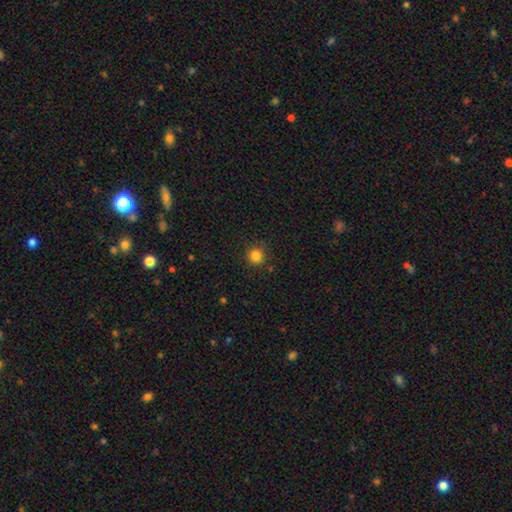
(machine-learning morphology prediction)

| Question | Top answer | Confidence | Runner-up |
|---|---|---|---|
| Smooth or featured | smooth | 83% | star or artifact (12%) |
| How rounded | round | 93% | in between (6%) |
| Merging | none | 88% | minor disturbance (8%) |